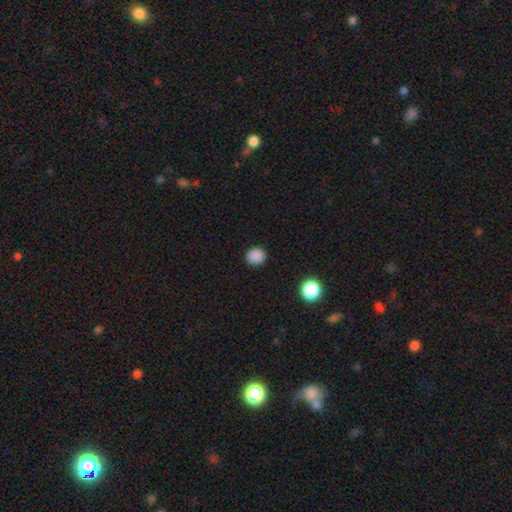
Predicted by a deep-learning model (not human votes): Morphology: type=smooth (87%); roundness=round (88%); merging=none (91%).